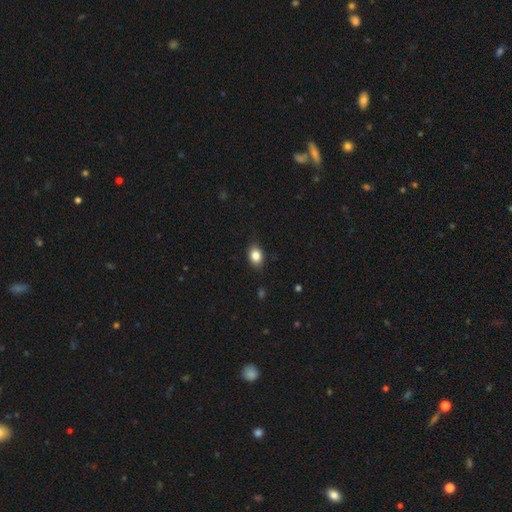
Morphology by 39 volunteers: A smooth galaxy with no disk features (87%) that is in between round and cigar-shaped (88%).

Vote fractions:
- Smooth or featured? smooth: 87% / featured or disk: 8% / star or artifact: 5%
- How rounded? in between: 88% / round: 12% / cigar-shaped: 0%
- Merging? none: 78% / minor disturbance: 16% / major disturbance: 5% / merger: 0%